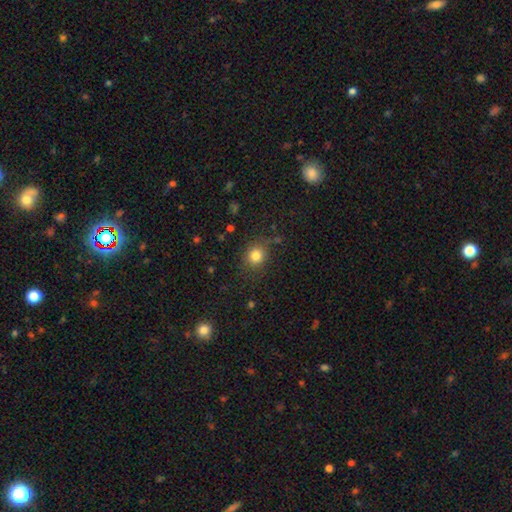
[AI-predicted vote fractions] Smooth or featured?
  - smooth: 82% *
  - star or artifact: 12%
  - featured or disk: 6%
How rounded?
  - round: 82% *
  - in between: 17%
  - cigar-shaped: 1%
Merging?
  - none: 81% *
  - minor disturbance: 12%
  - major disturbance: 4%
  - merger: 2%